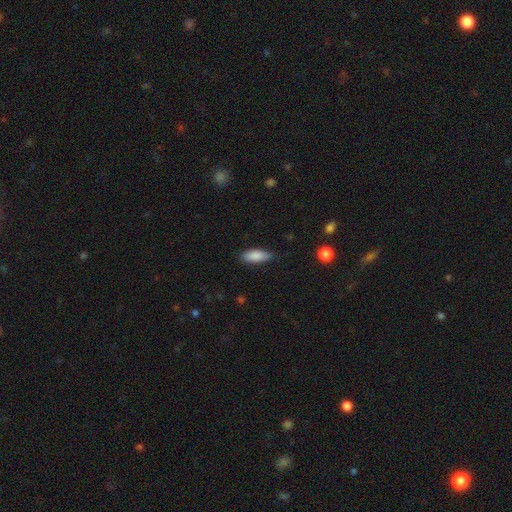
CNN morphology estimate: A smooth galaxy with no disk features (86%) that is in between round and cigar-shaped (71%). Merging: none (80%).